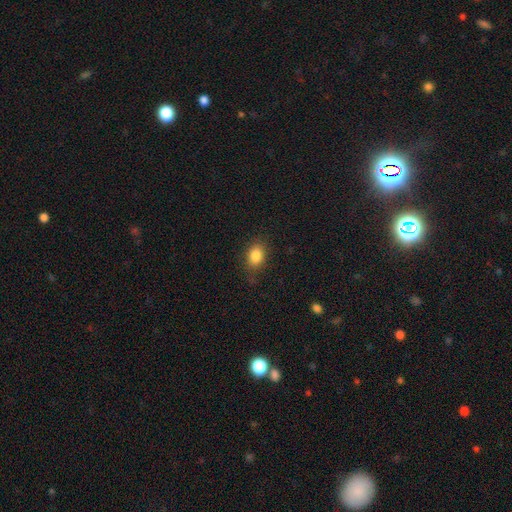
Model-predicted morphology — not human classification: Overall: smooth (84%). How rounded: in between (69%; round 30%). Merging: none (80%).